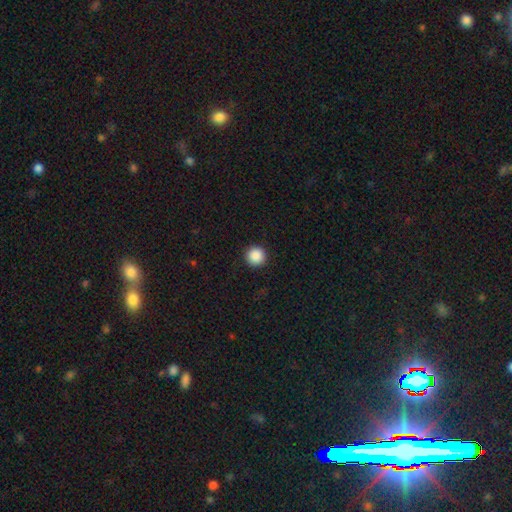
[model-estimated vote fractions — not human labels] Smooth or featured? smooth (88%)
How rounded? round (96%)
Merging? none (93%)